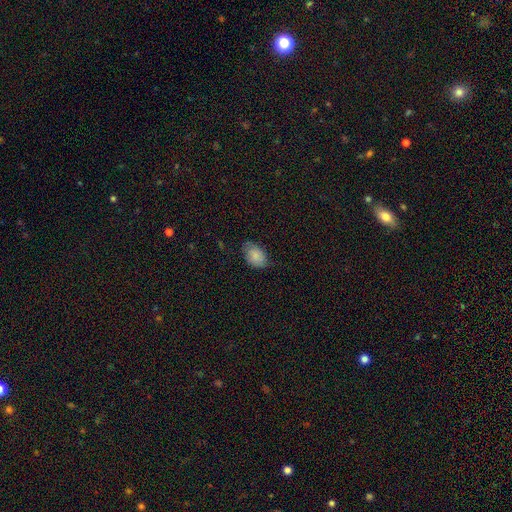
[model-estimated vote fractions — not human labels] Smooth or featured?
  - smooth: 84% *
  - featured or disk: 9%
  - star or artifact: 7%
How rounded?
  - in between: 87% *
  - round: 12%
  - cigar-shaped: 1%
Merging?
  - none: 67% *
  - minor disturbance: 27%
  - major disturbance: 5%
  - merger: 1%